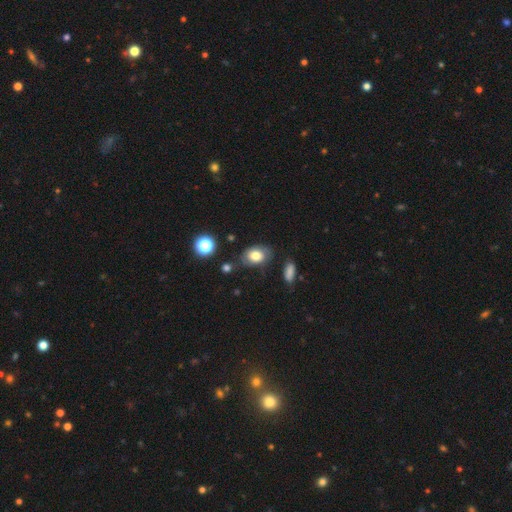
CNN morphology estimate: A smooth galaxy with no disk features (72%) that is in between round and cigar-shaped (78%).

Vote fractions:
- Smooth or featured? smooth: 72% / featured or disk: 19% / star or artifact: 9%
- How rounded? in between: 78% / round: 21% / cigar-shaped: 1%
- Merging? none: 68% / minor disturbance: 21% / major disturbance: 7% / merger: 5%